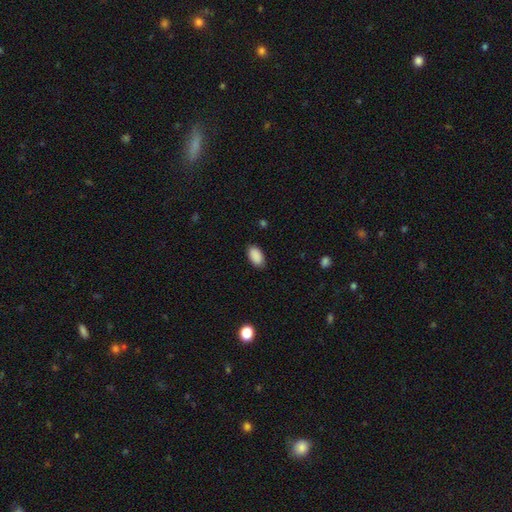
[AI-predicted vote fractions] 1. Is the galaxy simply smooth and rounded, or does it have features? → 90% smooth, 7% star or artifact, 3% featured or disk.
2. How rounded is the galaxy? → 94% in between, 4% round, 2% cigar-shaped.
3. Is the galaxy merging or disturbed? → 87% none, 10% minor disturbance, 2% major disturbance, 1% merger.